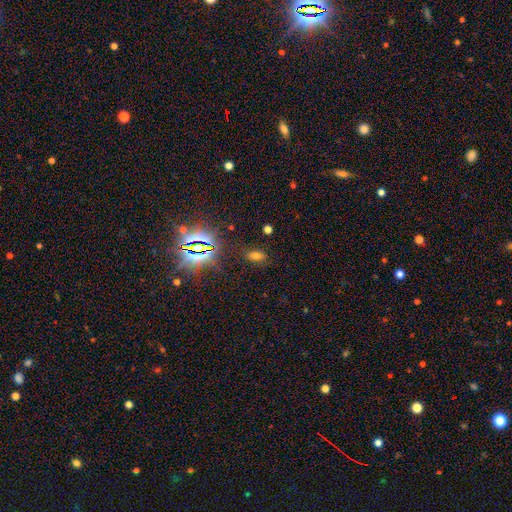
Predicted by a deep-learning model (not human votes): This is possibly a smooth galaxy (55%). How rounded: clearly in between (85%). Merging: clearly none (81%).